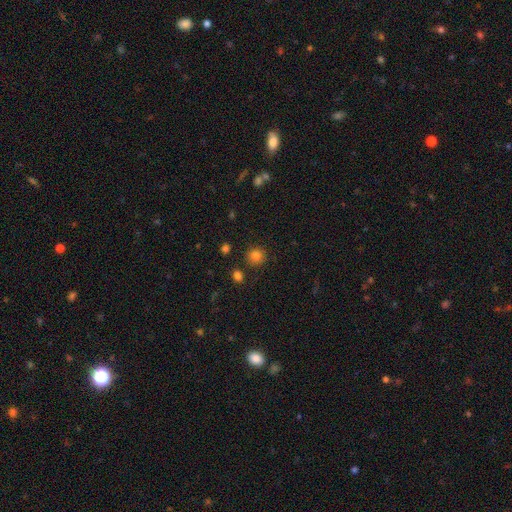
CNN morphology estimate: smooth 82%, star or artifact 12%, featured or disk 5%. Down the decision tree: how rounded — round (90%); merging — none (86%).